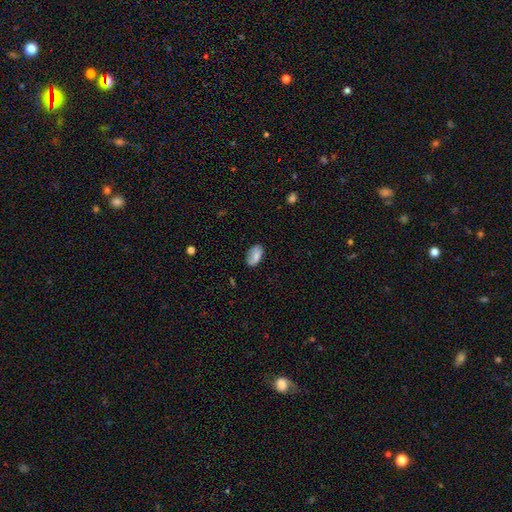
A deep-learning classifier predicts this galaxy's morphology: smooth_or_featured: smooth (p=0.74) [alt: featured or disk p=0.18]
how_rounded: in between (p=0.92) [alt: round p=0.05]
merging: none (p=0.73) [alt: minor disturbance p=0.20]